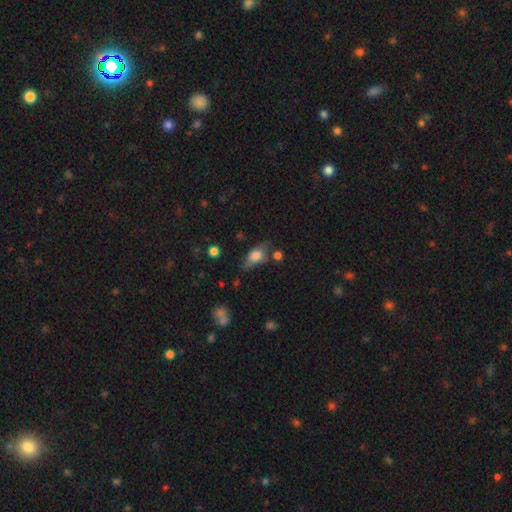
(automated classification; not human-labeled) Morphology: type=smooth (71%); roundness=in between (81%); merging=none (53%).